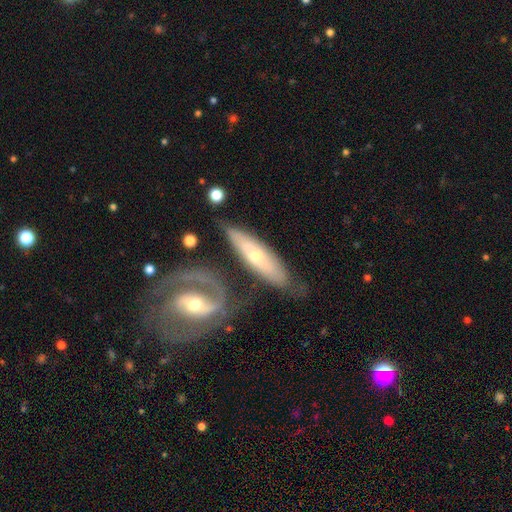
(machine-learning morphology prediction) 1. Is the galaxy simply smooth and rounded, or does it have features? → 56% featured or disk, 39% smooth, 5% star or artifact.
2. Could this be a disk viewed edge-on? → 56% no, 44% yes.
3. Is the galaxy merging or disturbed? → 63% none, 18% minor disturbance, 12% merger, 6% major disturbance.